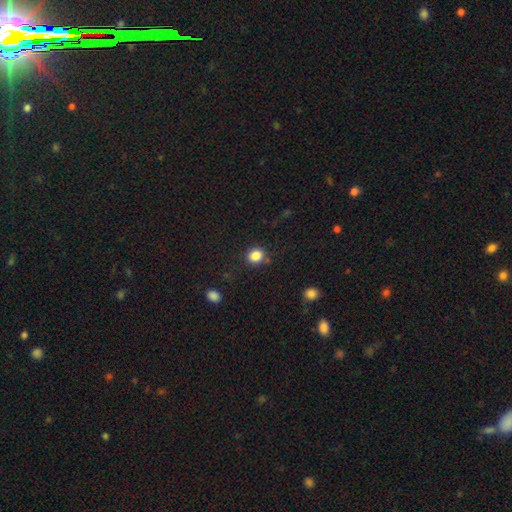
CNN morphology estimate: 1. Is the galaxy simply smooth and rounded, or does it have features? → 85% smooth, 11% star or artifact, 4% featured or disk.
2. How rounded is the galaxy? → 76% round, 23% in between, 1% cigar-shaped.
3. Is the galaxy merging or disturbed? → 83% none, 10% minor disturbance, 3% merger, 3% major disturbance.